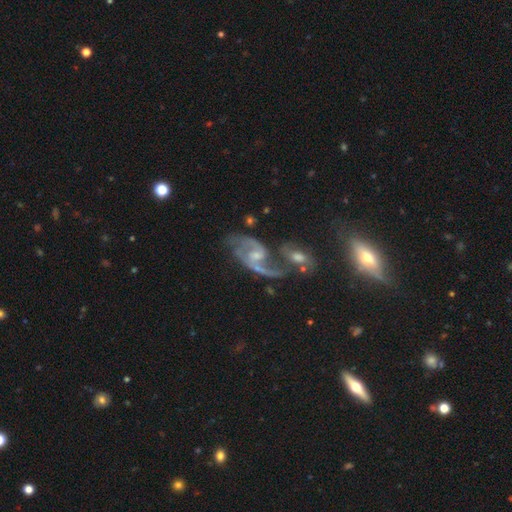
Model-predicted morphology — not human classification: Smooth or featured: featured or disk — 89% (star or artifact — 6%)
Edge-on disk: no — 97% (yes — 3%)
Bar: weak — 47% (no — 39%)
Spiral arms: yes — 95% (no — 5%)
Spiral winding: medium — 45% (loose — 42%)
Spiral arm count: 2 — 87% (1 — 4%)
Bulge size: small — 58% (moderate — 31%)
Merging: none — 35% (merger — 31%)